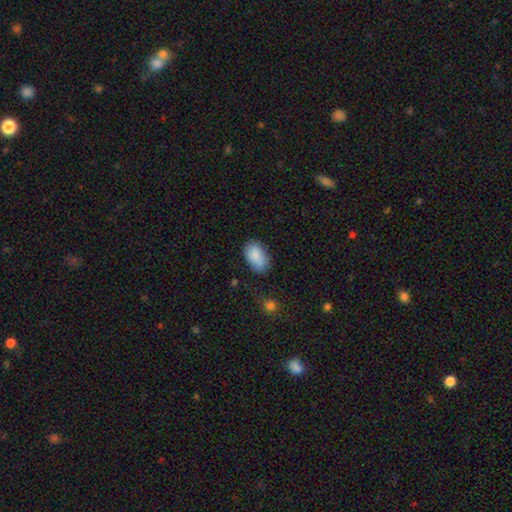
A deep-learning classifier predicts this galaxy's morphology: smooth_or_featured: smooth (p=0.87) [alt: star or artifact p=0.07]
how_rounded: in between (p=0.92) [alt: round p=0.07]
merging: none (p=0.68) [alt: minor disturbance p=0.23]